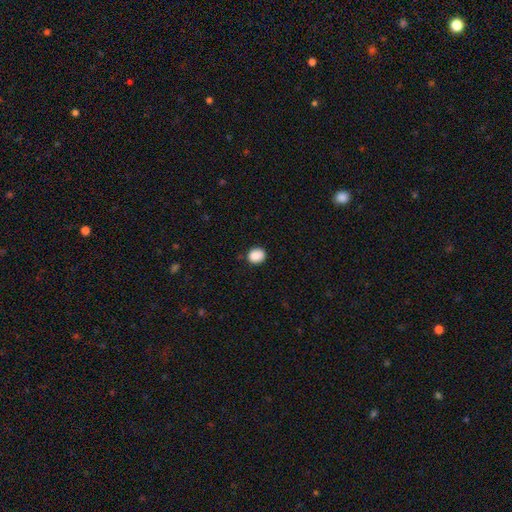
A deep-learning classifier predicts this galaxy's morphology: smooth_or_featured: smooth (p=0.88) [alt: star or artifact p=0.09]
how_rounded: round (p=0.75) [alt: in between p=0.25]
merging: none (p=0.82) [alt: minor disturbance p=0.14]